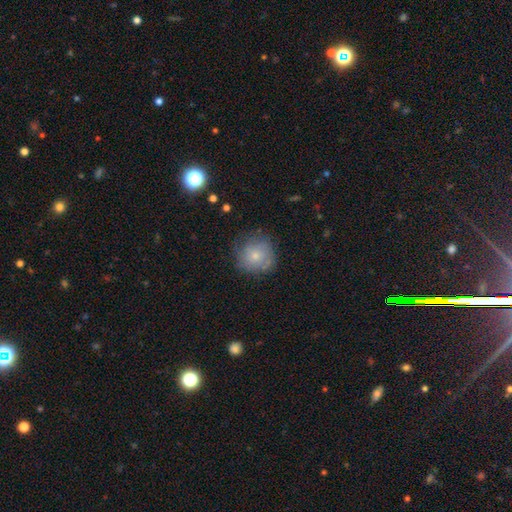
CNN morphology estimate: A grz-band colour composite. It shows a smooth galaxy with no disk features (67%) that is round (91%). Merging: none (70%).